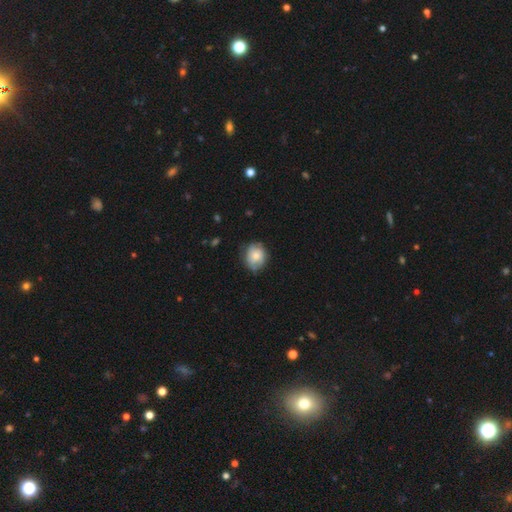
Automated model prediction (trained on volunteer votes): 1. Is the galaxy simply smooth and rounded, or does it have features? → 66% smooth, 26% featured or disk, 7% star or artifact.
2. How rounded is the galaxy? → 65% round, 34% in between, 1% cigar-shaped.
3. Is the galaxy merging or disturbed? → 68% none, 24% minor disturbance, 6% major disturbance, 1% merger.